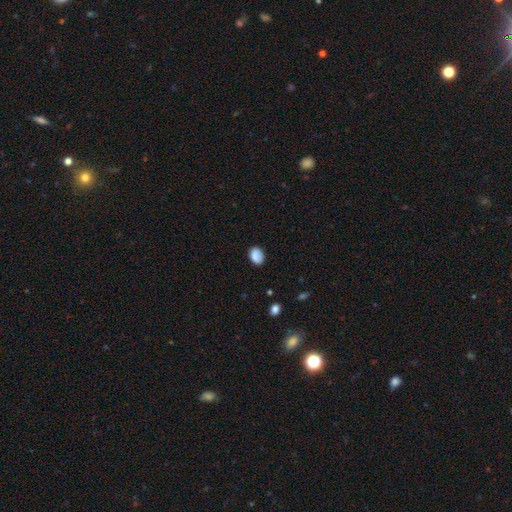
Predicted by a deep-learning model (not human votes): A smooth galaxy with no disk features (85%) that is in between round and cigar-shaped (69%). Merging: none (81%).